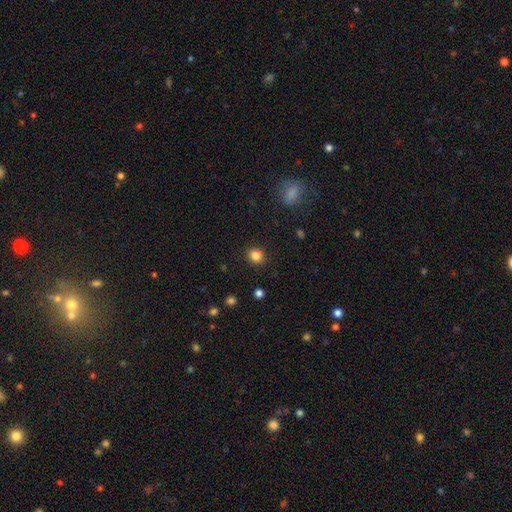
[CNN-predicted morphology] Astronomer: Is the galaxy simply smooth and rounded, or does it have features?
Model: smooth — 84%.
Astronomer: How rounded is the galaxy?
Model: round — 78%.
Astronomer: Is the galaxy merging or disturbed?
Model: none — 89%.